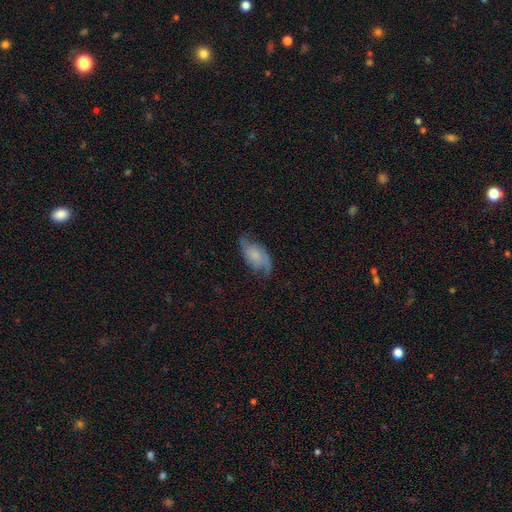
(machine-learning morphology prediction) smooth_or_featured: featured or disk (p=0.58) [alt: smooth p=0.34]
disk_edge_on: no (p=0.93) [alt: yes p=0.07]
bar: no (p=0.71) [alt: weak p=0.24]
has_spiral_arms: yes (p=0.88) [alt: no p=0.12]
bulge_size: small (p=0.43) [alt: moderate p=0.31]
merging: none (p=0.64) [alt: minor disturbance p=0.24]